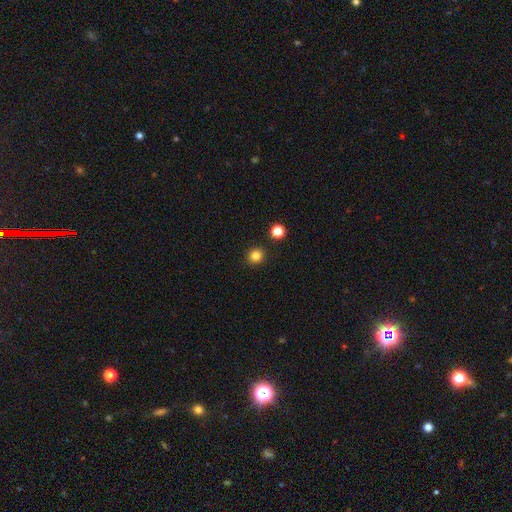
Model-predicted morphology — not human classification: type=smooth (83%); roundness=round (88%); merging=none (90%).